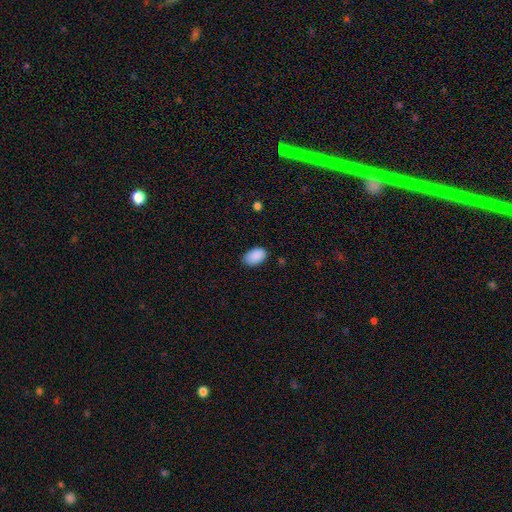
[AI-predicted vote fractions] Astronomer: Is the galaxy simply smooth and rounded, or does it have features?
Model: smooth — 90%.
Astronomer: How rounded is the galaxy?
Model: in between — 91%.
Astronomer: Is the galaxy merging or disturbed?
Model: none — 81%.